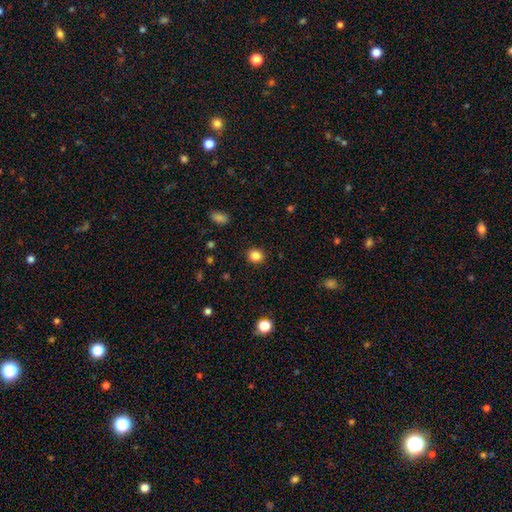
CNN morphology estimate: type=smooth (84%); roundness=round (78%); merging=none (90%).